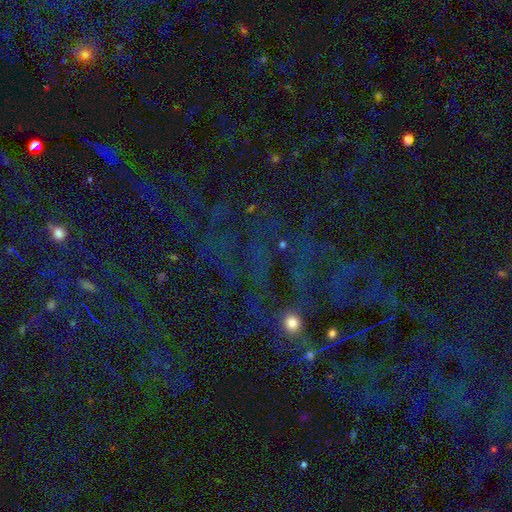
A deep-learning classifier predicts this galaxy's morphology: Smooth or featured? star or artifact (78%)